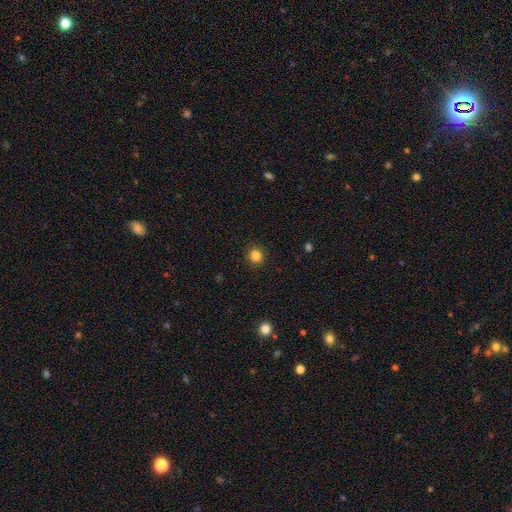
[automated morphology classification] smooth 84%, star or artifact 12%, featured or disk 4%. Down the decision tree: how rounded — round (90%); merging — none (91%).